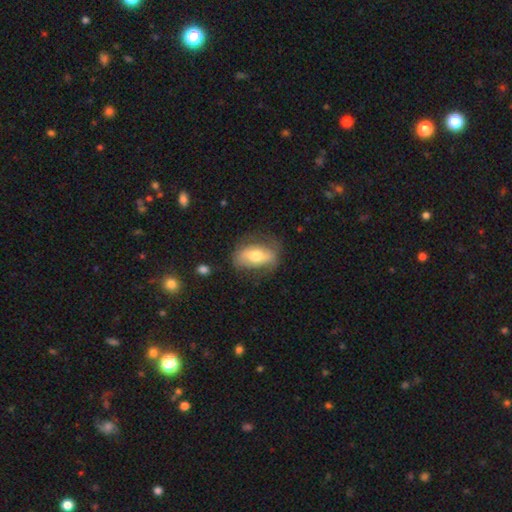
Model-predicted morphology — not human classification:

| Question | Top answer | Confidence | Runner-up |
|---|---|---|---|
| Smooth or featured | smooth | 50% | featured or disk (43%) |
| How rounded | in between | 85% | round (9%) |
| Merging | none | 67% | minor disturbance (21%) |